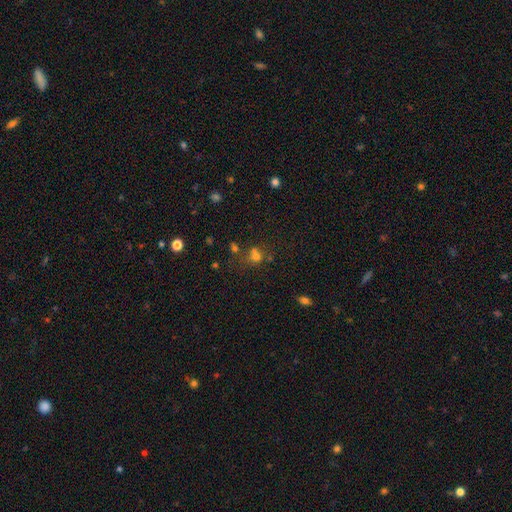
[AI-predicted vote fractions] Smooth or featured?
  - smooth: 63% *
  - star or artifact: 24%
  - featured or disk: 13%
How rounded?
  - round: 76% *
  - in between: 23%
  - cigar-shaped: 1%
Merging?
  - none: 45% *
  - merger: 37%
  - minor disturbance: 11%
  - major disturbance: 7%